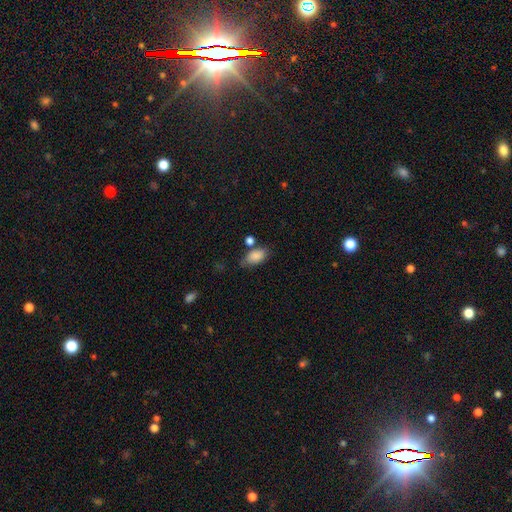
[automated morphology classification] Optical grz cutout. It shows a smooth galaxy with no disk features (85%) that is in between round and cigar-shaped (91%). Merging: none (60%).